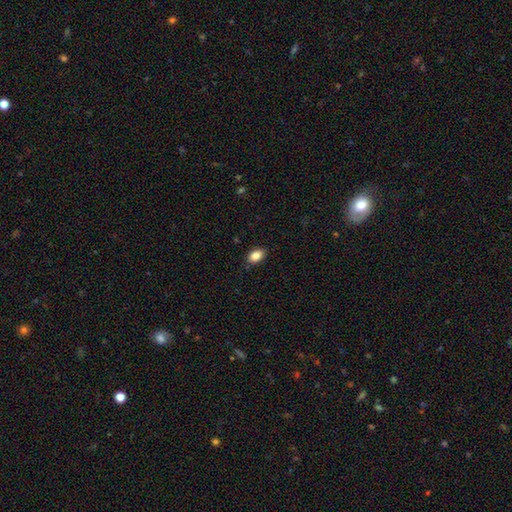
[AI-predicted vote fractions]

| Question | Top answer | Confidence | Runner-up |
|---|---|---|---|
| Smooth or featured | smooth | 87% | star or artifact (8%) |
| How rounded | in between | 87% | round (12%) |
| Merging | none | 86% | minor disturbance (10%) |